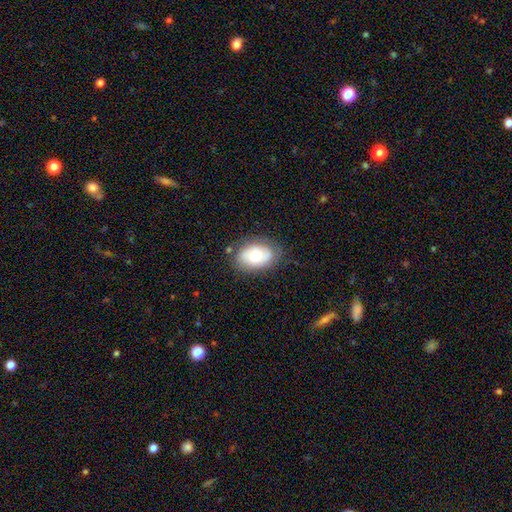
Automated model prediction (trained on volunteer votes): This is likely a smooth galaxy (66%). How rounded: clearly in between (87%). Merging: likely none (73%).